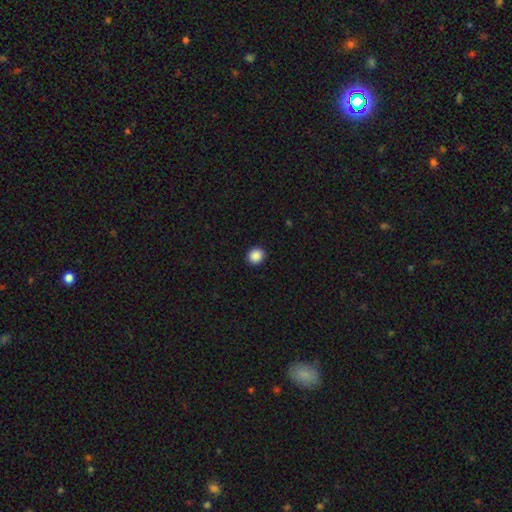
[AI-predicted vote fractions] A smooth galaxy with no disk features (89%) that is round (86%). Merging: none (92%).